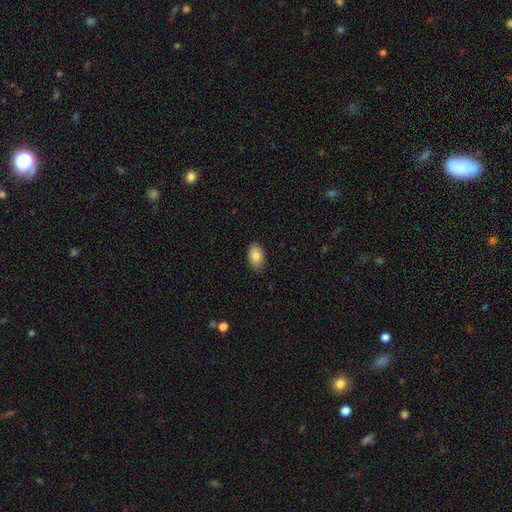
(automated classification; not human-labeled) The model was most divided on "smooth or featured": smooth: 84%, featured or disk: 9%, star or artifact: 7%. More confident: how rounded — in between (90%); merging — none (86%).